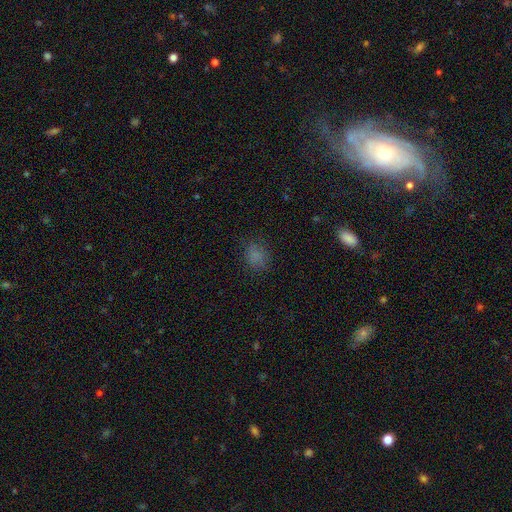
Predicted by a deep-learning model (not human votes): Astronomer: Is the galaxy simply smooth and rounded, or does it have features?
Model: smooth — 77%.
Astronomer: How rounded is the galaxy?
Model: round — 59% (runner-up: in between, 40%).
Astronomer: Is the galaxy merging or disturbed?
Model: none — 79%.